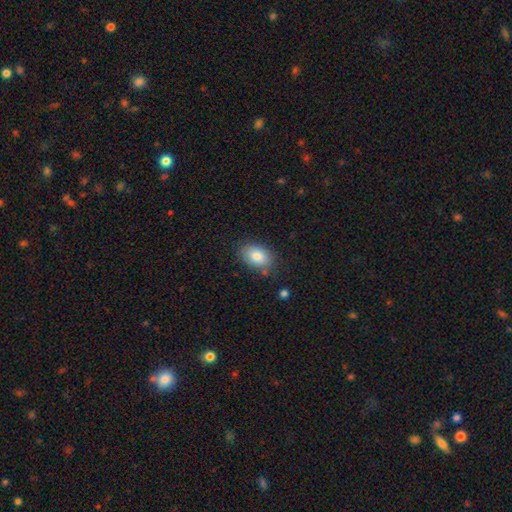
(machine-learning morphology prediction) Q: Smooth or featured?
A: smooth (82%); runner-up: featured or disk (10%)
Q: How rounded?
A: in between (86%); runner-up: round (13%)
Q: Merging?
A: none (82%); runner-up: minor disturbance (13%)